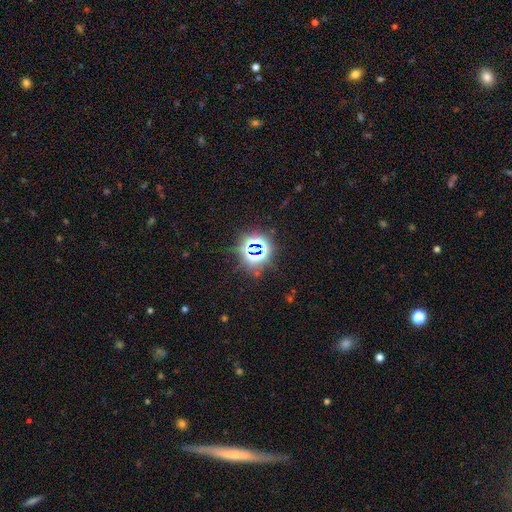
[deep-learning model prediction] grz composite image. It shows a star or artifact, not a galaxy (78%).